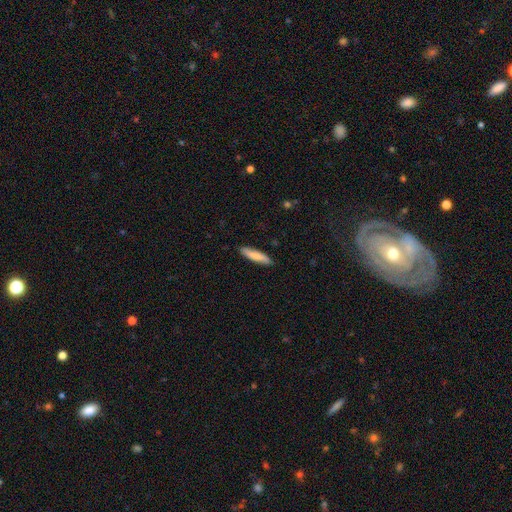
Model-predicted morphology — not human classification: smooth 80%, featured or disk 15%, star or artifact 5%. Down the decision tree: how rounded — cigar-shaped (82%); merging — none (88%).